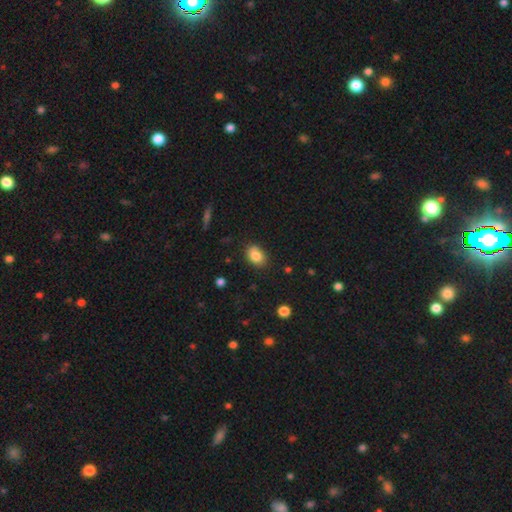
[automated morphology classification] This is clearly a smooth galaxy (83%). How rounded: likely in between (75%). Merging: likely none (77%).